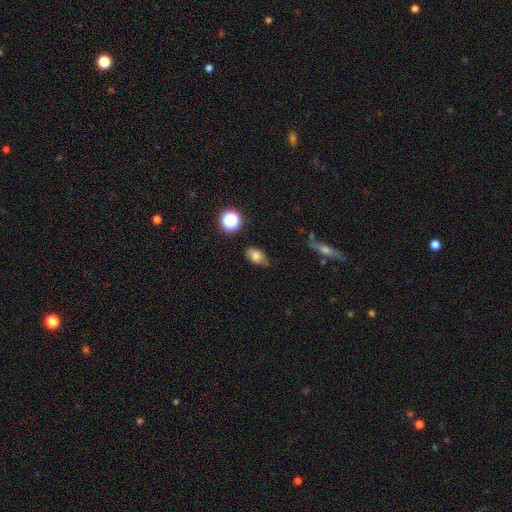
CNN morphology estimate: type=smooth (77%); roundness=in between (85%); merging=none (73%).